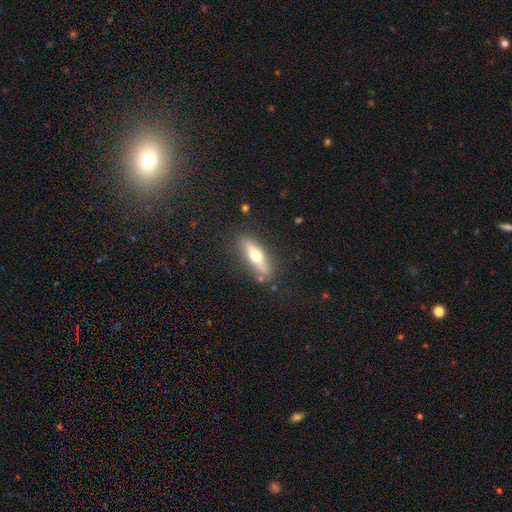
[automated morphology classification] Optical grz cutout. It shows a smooth galaxy with no disk features (52%) that is cigar-shaped (60%). Merging: none (81%).